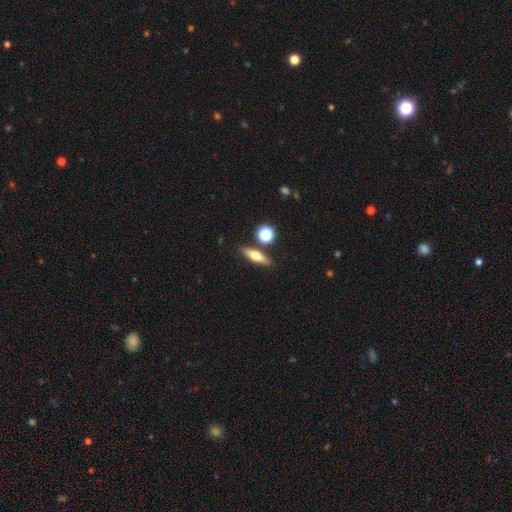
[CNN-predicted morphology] A smooth galaxy with no disk features (57%) that is cigar-shaped (51%).

Vote fractions:
- Smooth or featured? smooth: 57% / featured or disk: 34% / star or artifact: 9%
- How rounded? cigar-shaped: 51% / in between: 40% / round: 8%
- Merging? none: 81% / minor disturbance: 9% / merger: 8% / major disturbance: 3%